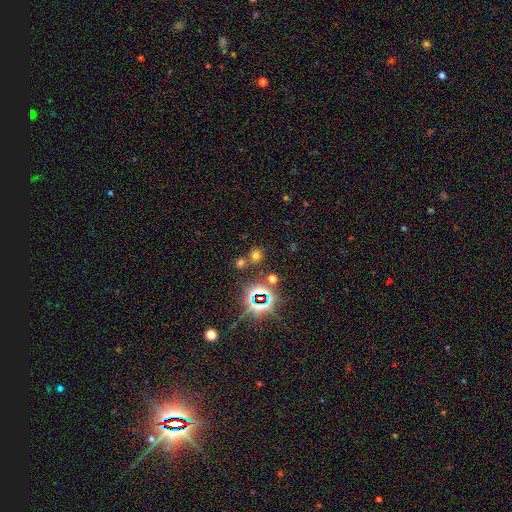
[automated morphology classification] The model was most divided on "smooth or featured": smooth: 56%, star or artifact: 36%, featured or disk: 8%. More confident: how rounded — round (85%); merging — none (73%).